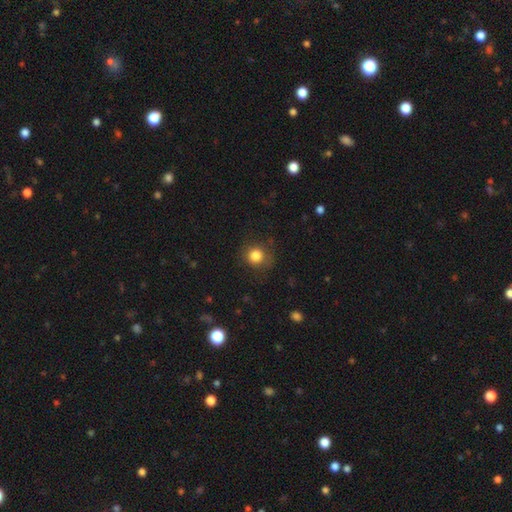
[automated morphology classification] Smooth or featured? smooth (83%)
How rounded? round (90%)
Merging? none (79%)